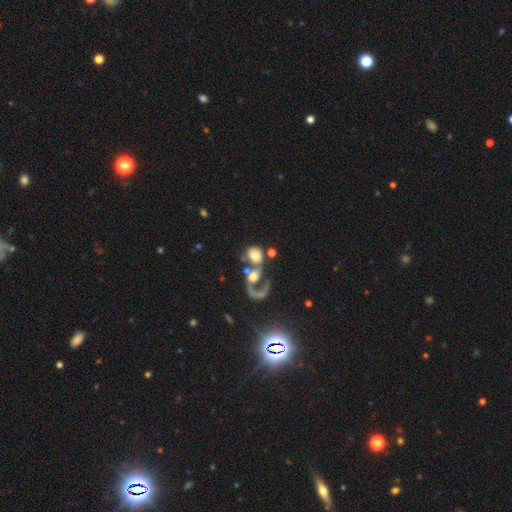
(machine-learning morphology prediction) A smooth galaxy with no disk features (51%) that is round (59%). Merging: merger (53%).